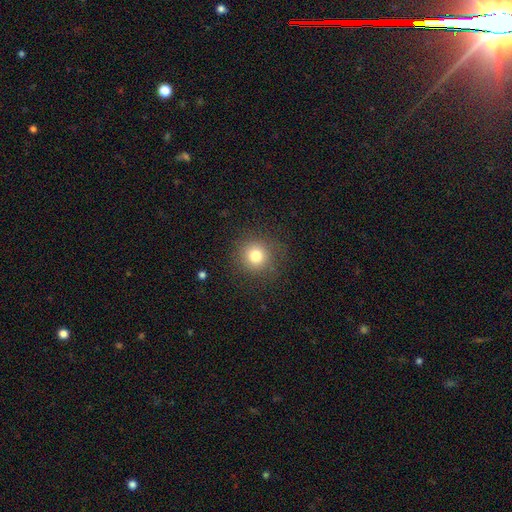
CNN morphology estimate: Q: Smooth or featured?
A: smooth (78%); runner-up: star or artifact (13%)
Q: How rounded?
A: round (93%); runner-up: in between (6%)
Q: Merging?
A: none (87%); runner-up: minor disturbance (8%)